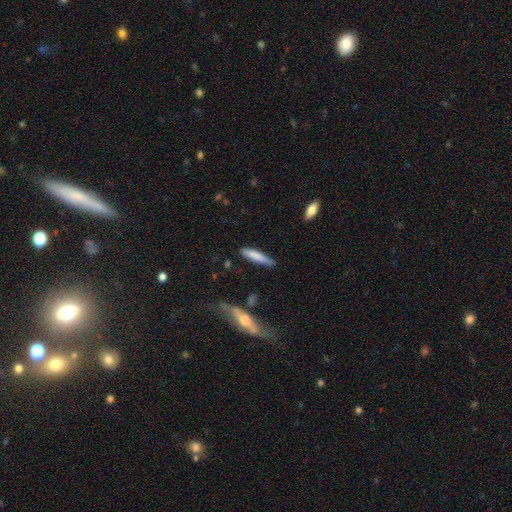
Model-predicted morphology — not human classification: A smooth galaxy with no disk features (76%) that is cigar-shaped (85%). Merging: none (79%).